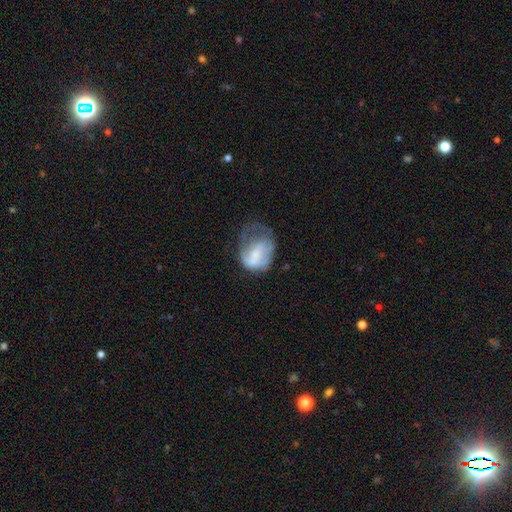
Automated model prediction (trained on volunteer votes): Smooth or featured?
  - smooth: 48% *
  - featured or disk: 43%
  - star or artifact: 8%
Merging?
  - major disturbance: 48% *
  - minor disturbance: 27%
  - none: 22%
  - merger: 3%